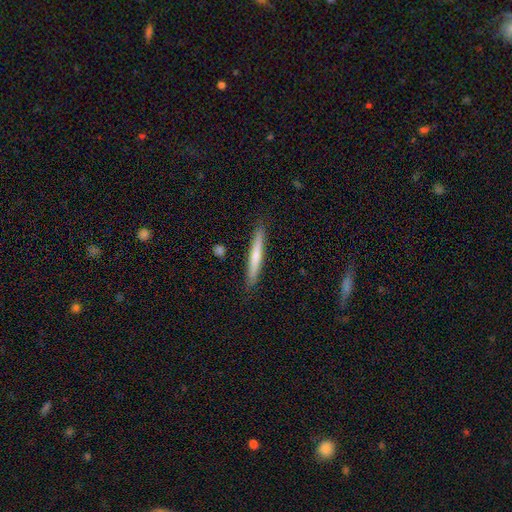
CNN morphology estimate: Smooth or featured: smooth — 59% (featured or disk — 35%)
How rounded: cigar-shaped — 95% (in between — 3%)
Merging: none — 89% (minor disturbance — 8%)